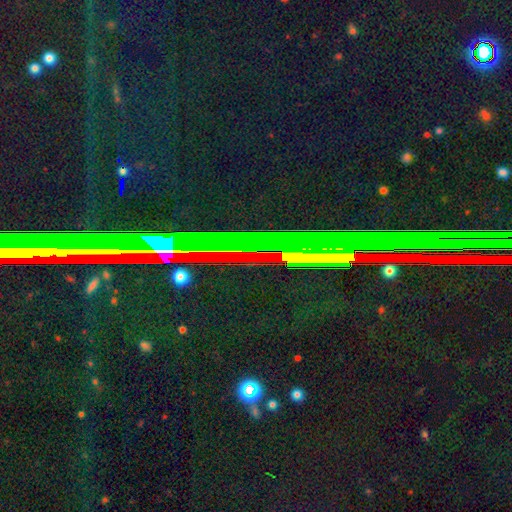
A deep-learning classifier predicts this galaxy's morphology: This is likely a star or artifact rather than a galaxy (78%).